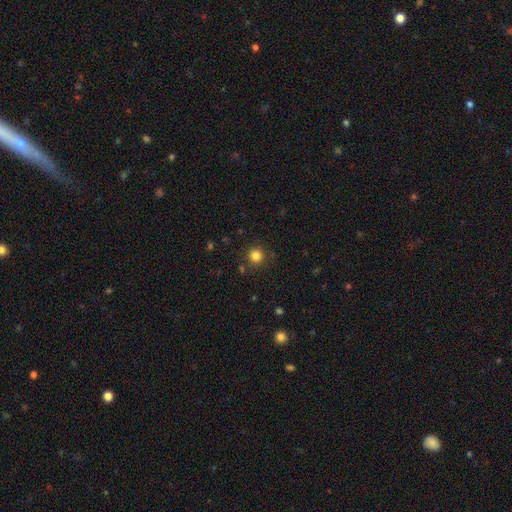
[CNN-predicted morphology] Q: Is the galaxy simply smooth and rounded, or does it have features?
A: smooth — 83%.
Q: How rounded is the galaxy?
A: round — 95%.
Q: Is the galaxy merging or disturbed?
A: none — 88%.